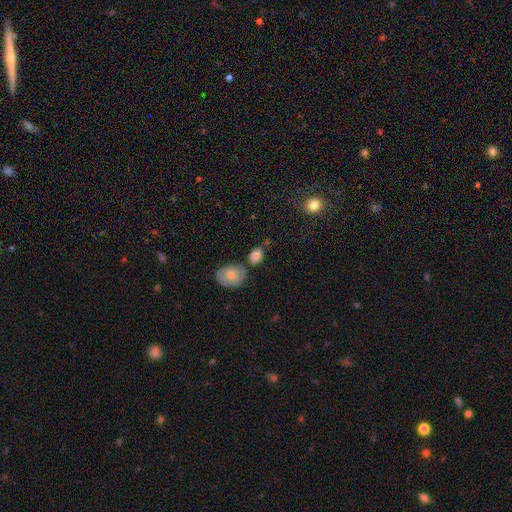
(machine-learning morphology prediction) The model was most divided on "merging": none: 58%, minor disturbance: 19%, merger: 18%, major disturbance: 6%. More confident: smooth or featured — smooth (83%); how rounded — in between (80%).